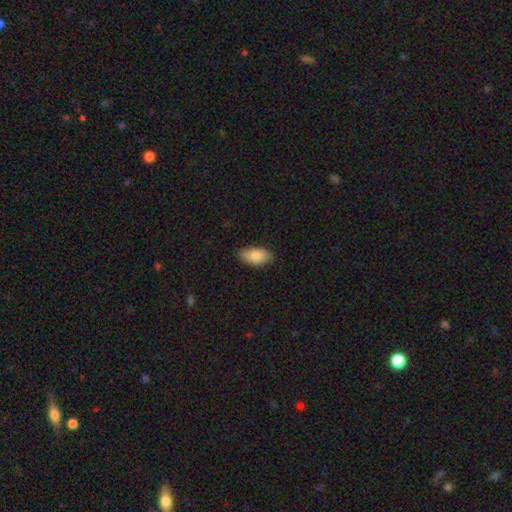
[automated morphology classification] smooth_or_featured: smooth (p=0.85) [alt: featured or disk p=0.08]
how_rounded: in between (p=0.93) [alt: cigar-shaped p=0.04]
merging: none (p=0.83) [alt: minor disturbance p=0.13]